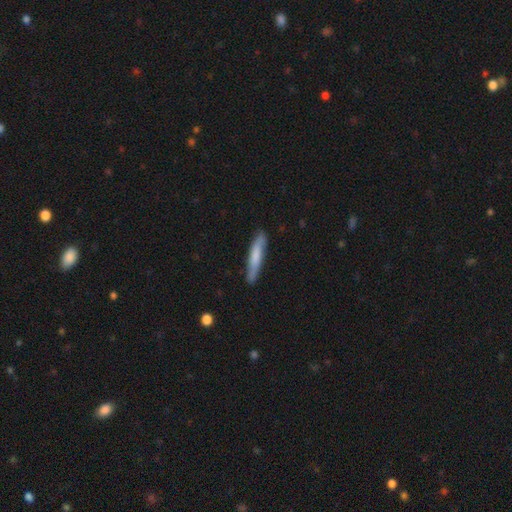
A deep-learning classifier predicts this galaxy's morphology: A smooth galaxy with no disk features (67%) that is cigar-shaped (92%).

Vote fractions:
- Smooth or featured? smooth: 67% / featured or disk: 28% / star or artifact: 5%
- How rounded? cigar-shaped: 92% / in between: 7% / round: 1%
- Merging? none: 82% / minor disturbance: 14% / major disturbance: 2% / merger: 2%